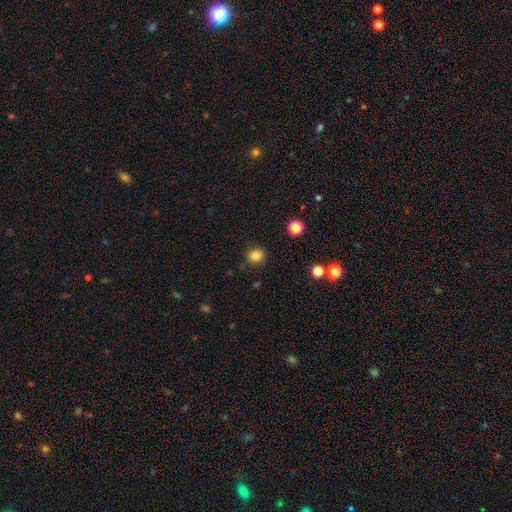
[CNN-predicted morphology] This is clearly a smooth galaxy (84%). How rounded: clearly round (84%). Merging: clearly none (87%).